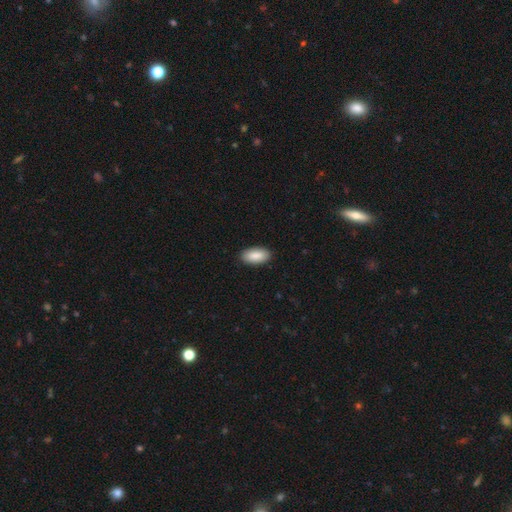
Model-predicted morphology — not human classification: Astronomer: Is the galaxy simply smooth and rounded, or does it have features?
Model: smooth — 89%.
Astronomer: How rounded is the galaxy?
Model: in between — 93%.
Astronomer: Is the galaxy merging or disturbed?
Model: none — 90%.